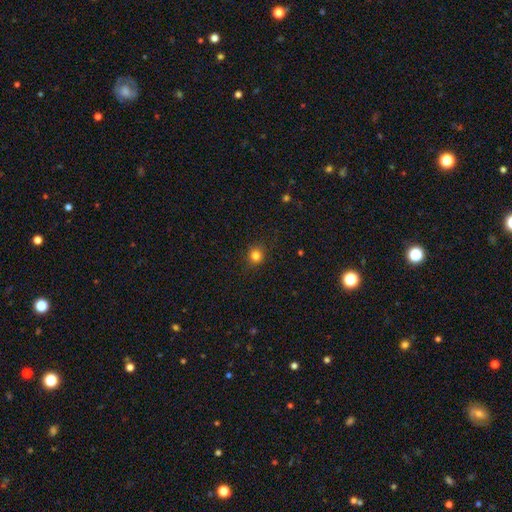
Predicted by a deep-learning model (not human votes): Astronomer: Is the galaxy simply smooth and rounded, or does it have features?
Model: smooth — 82%.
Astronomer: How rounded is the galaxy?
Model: round — 85%.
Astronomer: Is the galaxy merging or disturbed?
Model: none — 87%.